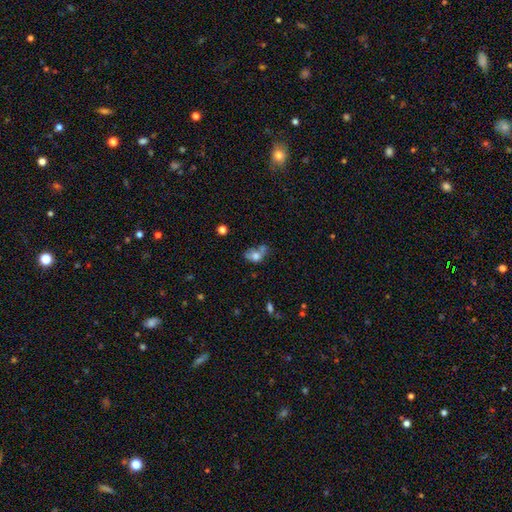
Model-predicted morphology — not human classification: A smooth galaxy with no disk features (67%) that is in between round and cigar-shaped (68%). Merging: merger (33%).